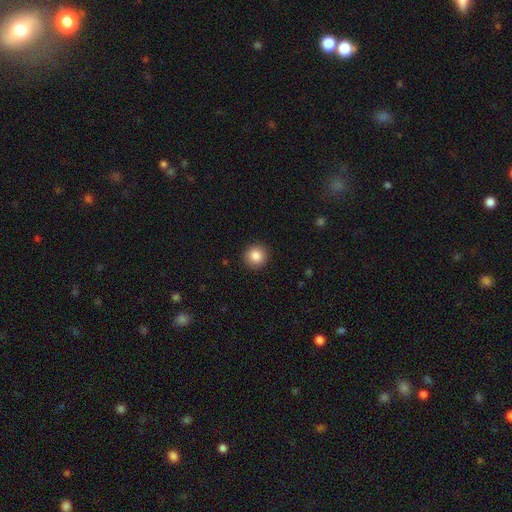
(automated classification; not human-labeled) Overall: smooth (86%). How rounded: round (93%). Merging: none (91%).